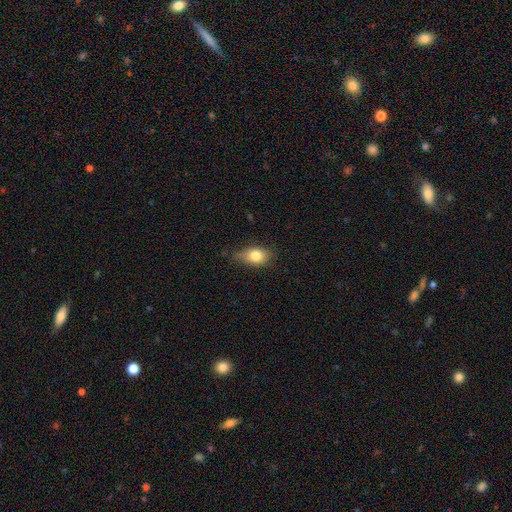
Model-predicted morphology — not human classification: smooth-or-featured: smooth: 78% | featured or disk: 13% | star or artifact: 9%
  how-rounded: in between: 75% | round: 21% | cigar-shaped: 3%
  merging: none: 61% | minor disturbance: 31% | major disturbance: 6% | merger: 2%